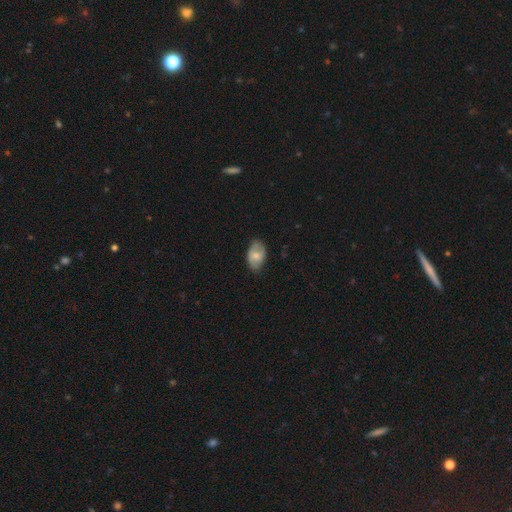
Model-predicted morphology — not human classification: Q: Smooth or featured?
A: smooth (54%); runner-up: featured or disk (39%)
Q: How rounded?
A: in between (87%); runner-up: round (11%)
Q: Merging?
A: none (72%); runner-up: minor disturbance (23%)